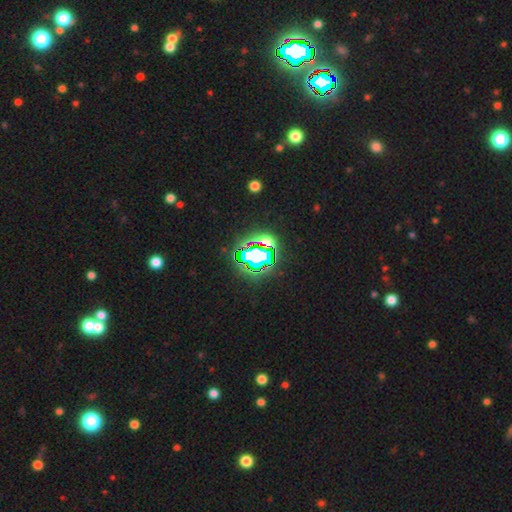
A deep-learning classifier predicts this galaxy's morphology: A star or artifact, not a galaxy (71%).

Vote fractions:
- Smooth or featured? star or artifact: 71% / smooth: 16% / featured or disk: 13%